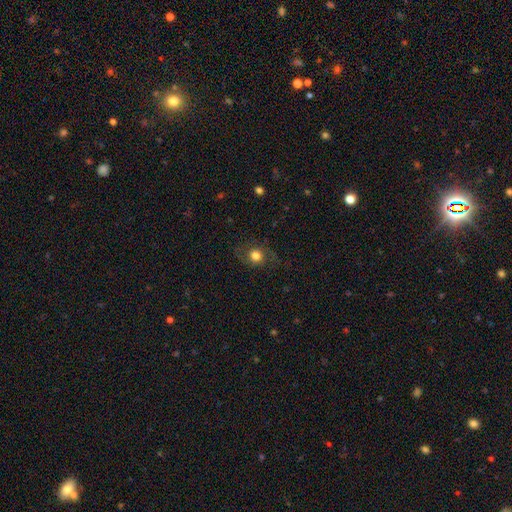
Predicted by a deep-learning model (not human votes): smooth-or-featured: smooth: 58% | featured or disk: 31% | star or artifact: 11%
  how-rounded: round: 71% | in between: 27% | cigar-shaped: 1%
  merging: none: 73% | minor disturbance: 16% | major disturbance: 10% | merger: 1%